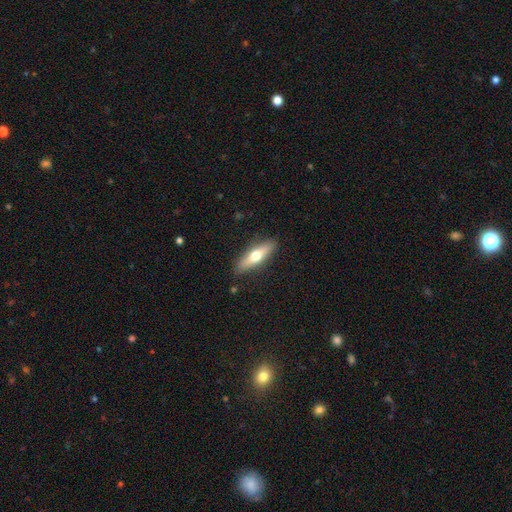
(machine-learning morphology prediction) Q: Smooth or featured?
A: smooth (55%); runner-up: featured or disk (39%)
Q: How rounded?
A: cigar-shaped (64%); runner-up: in between (34%)
Q: Merging?
A: none (87%); runner-up: minor disturbance (10%)